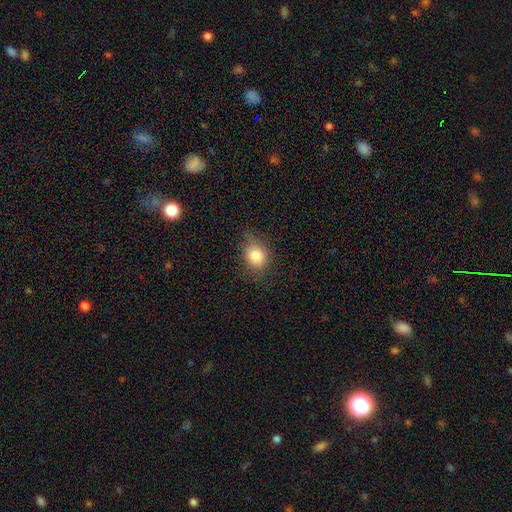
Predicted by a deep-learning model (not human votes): A smooth galaxy with no disk features (82%) that is round (49%, tied with in between).

Vote fractions:
- Smooth or featured? smooth: 82% / star or artifact: 10% / featured or disk: 8%
- How rounded? round: 49% (tied) / in between: 49% (tied) / cigar-shaped: 1%
- Merging? none: 67% / minor disturbance: 25% / major disturbance: 7% / merger: 1%